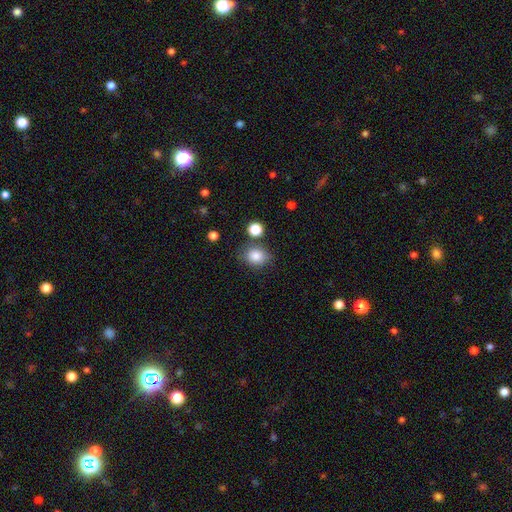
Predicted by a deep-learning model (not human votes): This is clearly a smooth galaxy (85%). How rounded: possibly round (54%). Merging: likely none (71%).